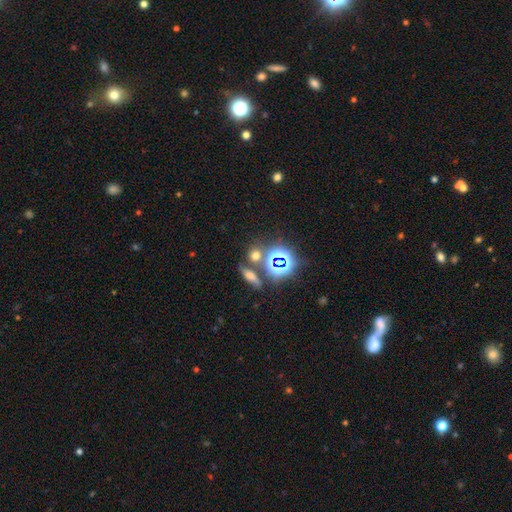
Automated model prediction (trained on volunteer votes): The model was most divided on "smooth or featured": smooth: 56%, star or artifact: 34%, featured or disk: 11%. More confident: merging — none (70%); how rounded — round (61%).